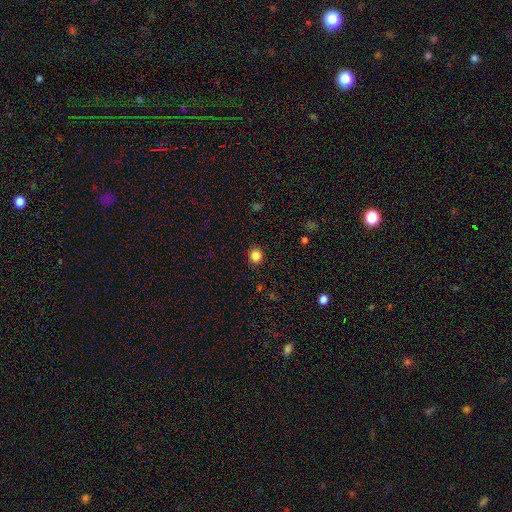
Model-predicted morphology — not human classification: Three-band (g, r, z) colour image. It shows a smooth galaxy with no disk features (85%) that is round (90%). Merging: none (92%).